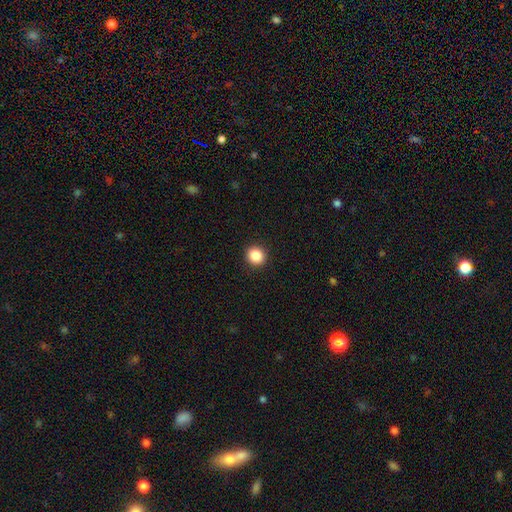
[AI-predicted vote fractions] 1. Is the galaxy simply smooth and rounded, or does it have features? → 87% smooth, 10% star or artifact, 4% featured or disk.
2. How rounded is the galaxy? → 90% round, 9% in between, 1% cigar-shaped.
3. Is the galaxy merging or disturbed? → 93% none, 5% minor disturbance, 2% major disturbance, 1% merger.